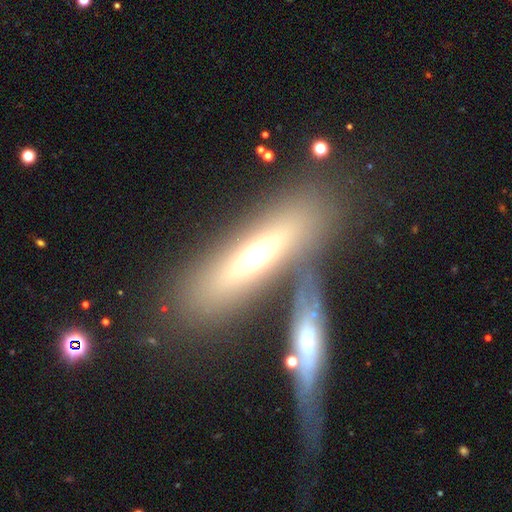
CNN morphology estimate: This appears to be a smooth galaxy with no disk features (48%). Merging: none (49%).